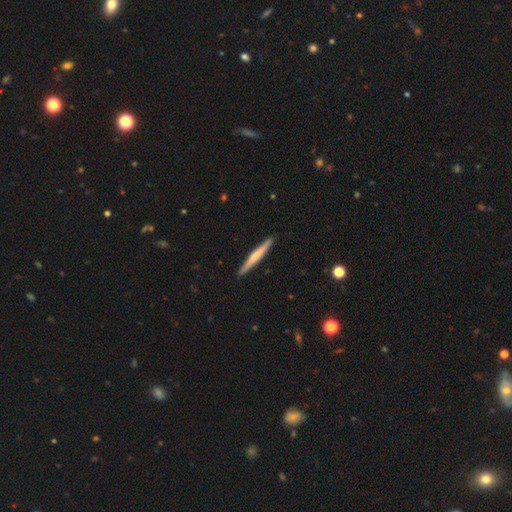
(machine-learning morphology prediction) type=smooth (50%); merging=none (92%).